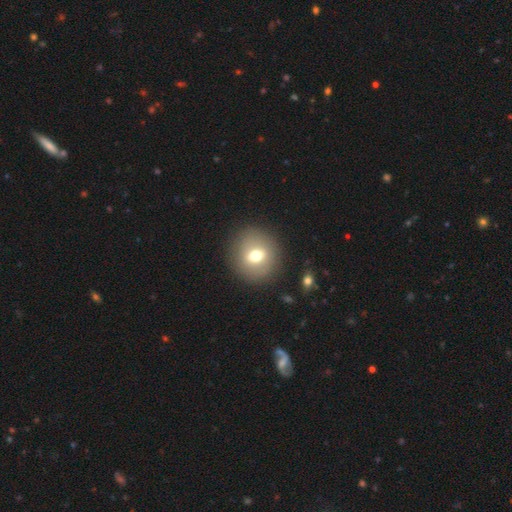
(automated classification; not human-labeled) Smooth or featured?
  - smooth: 62% *
  - featured or disk: 27%
  - star or artifact: 10%
How rounded?
  - round: 85% *
  - in between: 14%
  - cigar-shaped: 1%
Merging?
  - none: 87% *
  - minor disturbance: 8%
  - major disturbance: 3%
  - merger: 2%